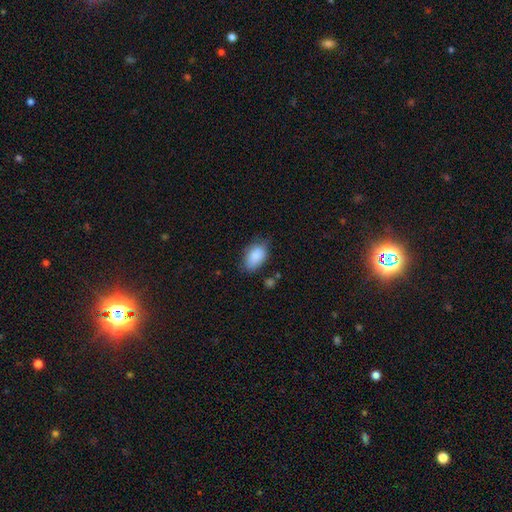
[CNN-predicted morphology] The model was most divided on "merging": none: 69%, minor disturbance: 23%, major disturbance: 5%, merger: 3%. More confident: how rounded — in between (91%); smooth or featured — smooth (87%).